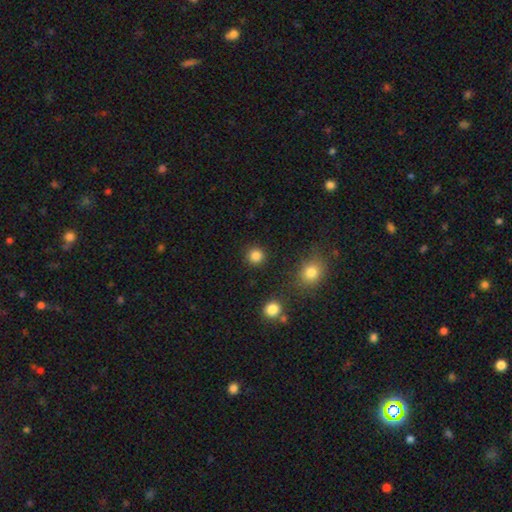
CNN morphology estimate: A smooth galaxy with no disk features (84%) that is round (94%). Merging: none (91%).